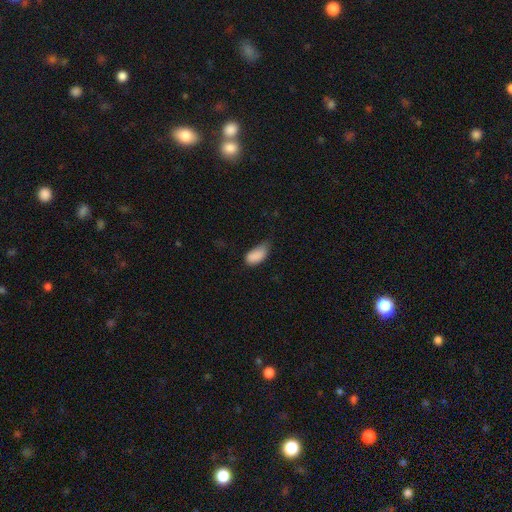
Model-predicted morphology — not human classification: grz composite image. It shows a smooth galaxy with no disk features (87%) that is in between round and cigar-shaped (93%). Merging: minor disturbance (46%).